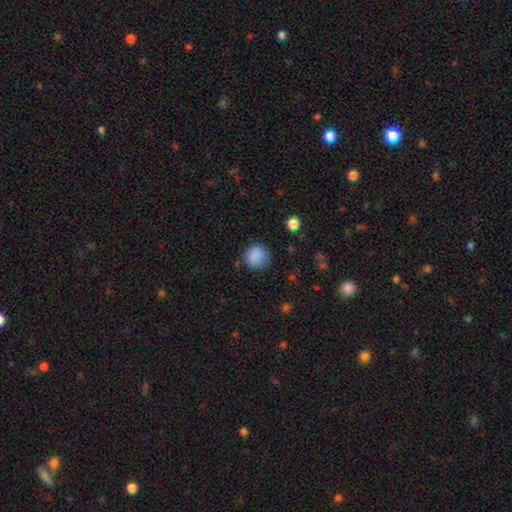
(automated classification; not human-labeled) Q: Smooth or featured?
A: smooth (86%); runner-up: star or artifact (9%)
Q: How rounded?
A: round (87%); runner-up: in between (12%)
Q: Merging?
A: none (78%); runner-up: minor disturbance (15%)